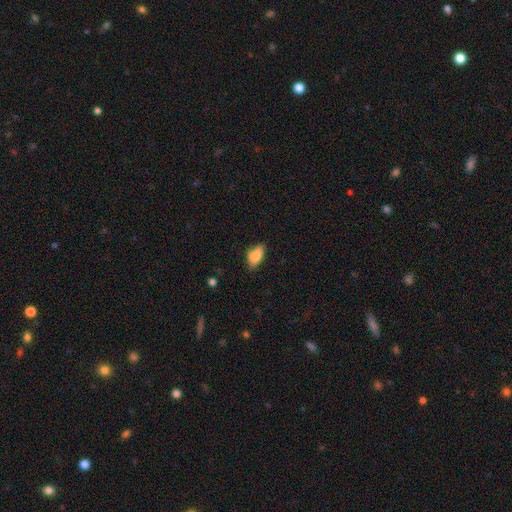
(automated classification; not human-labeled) This appears to be a smooth galaxy with no disk features (80%) that is in between round and cigar-shaped (88%). Merging: none (62%).